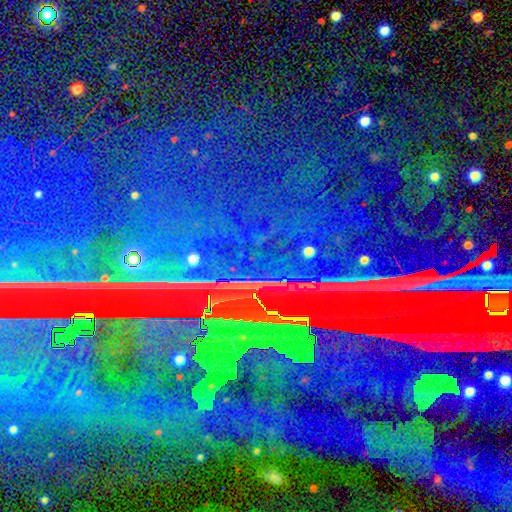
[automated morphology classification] Smooth or featured: star or artifact — 82% (featured or disk — 12%)